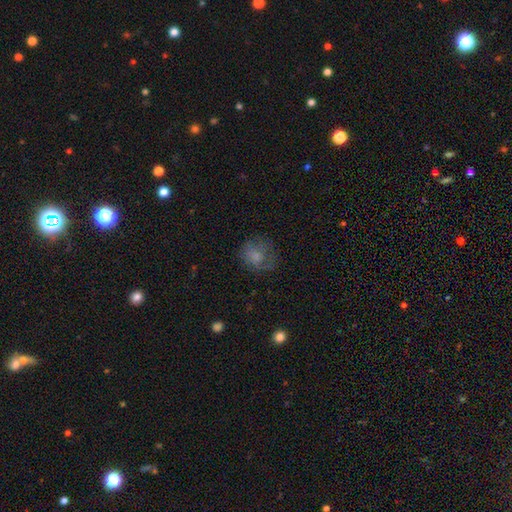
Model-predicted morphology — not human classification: Smooth or featured? Predicted: smooth (p=0.64). How rounded? Predicted: round (p=0.72). Merging? Predicted: none (p=0.55).